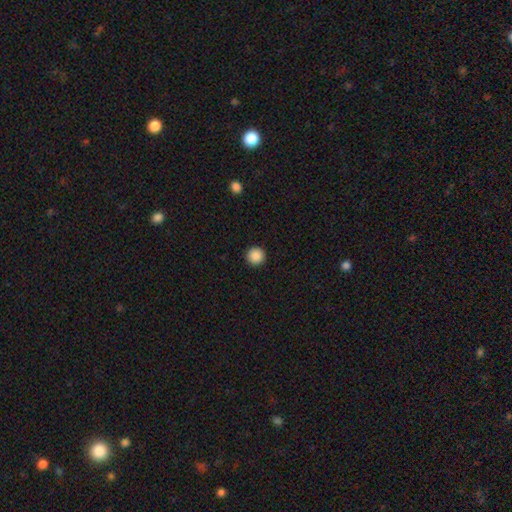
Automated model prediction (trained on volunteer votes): smooth_or_featured: smooth (p=0.88) [alt: star or artifact p=0.09]
how_rounded: round (p=0.96) [alt: in between p=0.03]
merging: none (p=0.93) [alt: minor disturbance p=0.04]